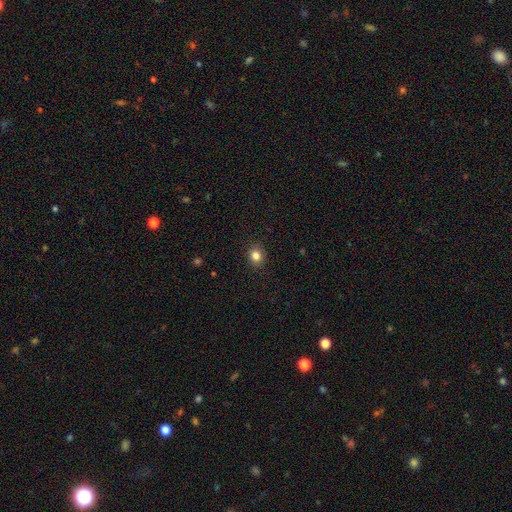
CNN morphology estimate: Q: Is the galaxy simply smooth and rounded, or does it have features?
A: smooth — 84%.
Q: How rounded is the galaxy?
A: round — 69%.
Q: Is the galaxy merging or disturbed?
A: none — 89%.